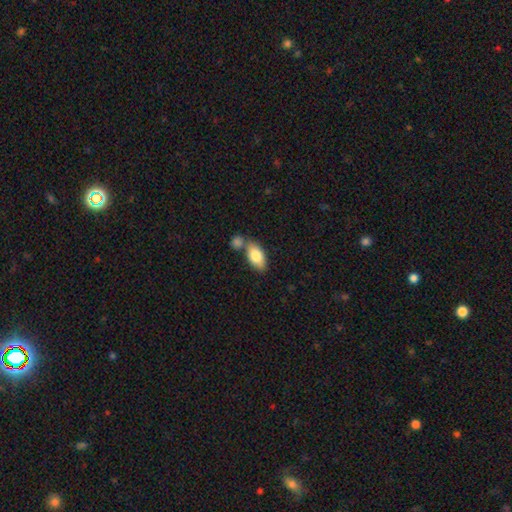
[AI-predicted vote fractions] A smooth galaxy with no disk features (81%) that is in between round and cigar-shaped (92%).

Vote fractions:
- Smooth or featured? smooth: 81% / featured or disk: 13% / star or artifact: 6%
- How rounded? in between: 92% / cigar-shaped: 5% / round: 4%
- Merging? none: 51% / merger: 33% / minor disturbance: 12% / major disturbance: 4%